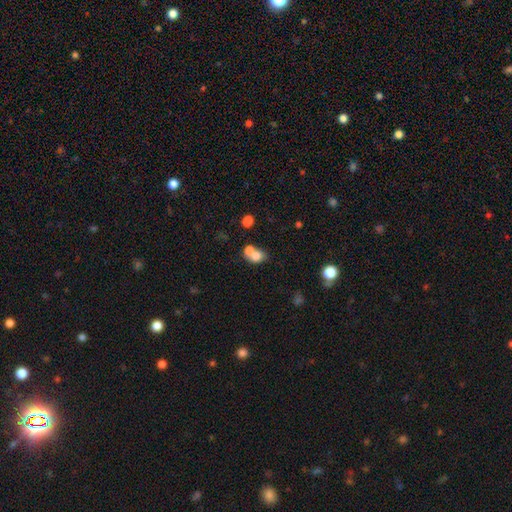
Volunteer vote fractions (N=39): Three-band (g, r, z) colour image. It shows a smooth galaxy with no disk features (87%) that is round (50%, tied with in between). Merging: none (42%).